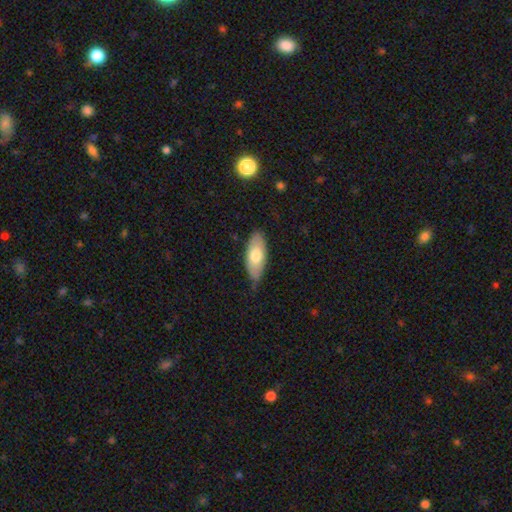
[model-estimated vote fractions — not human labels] Q: Smooth or featured?
A: smooth (71%); runner-up: featured or disk (24%)
Q: How rounded?
A: in between (84%); runner-up: cigar-shaped (13%)
Q: Merging?
A: none (68%); runner-up: minor disturbance (26%)